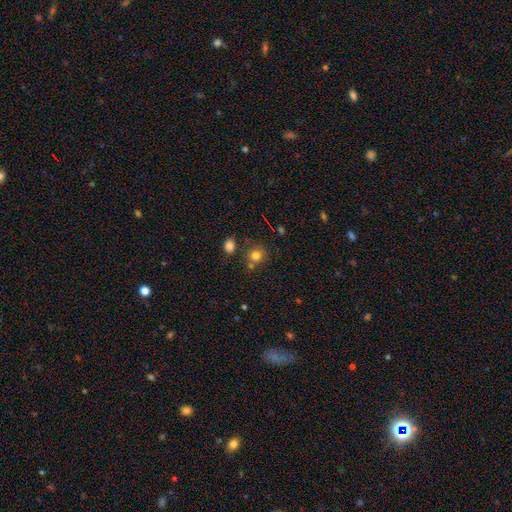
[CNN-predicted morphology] Smooth or featured? smooth (78%)
How rounded? round (83%)
Merging? none (70%)